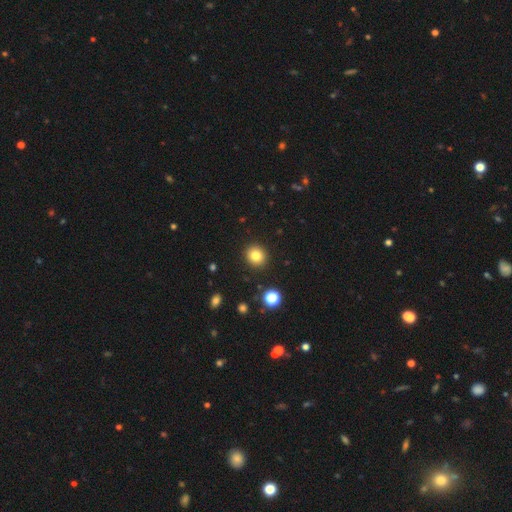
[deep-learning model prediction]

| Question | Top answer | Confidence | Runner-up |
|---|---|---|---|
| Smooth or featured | smooth | 81% | star or artifact (12%) |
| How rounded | round | 86% | in between (13%) |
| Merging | none | 91% | minor disturbance (6%) |